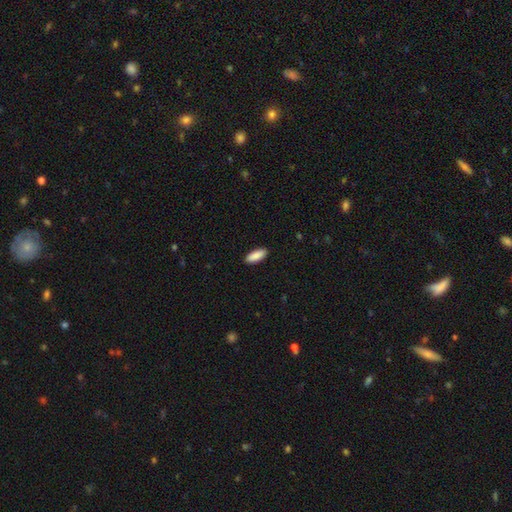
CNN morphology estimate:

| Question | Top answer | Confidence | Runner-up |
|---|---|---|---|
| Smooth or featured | smooth | 89% | star or artifact (6%) |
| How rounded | in between | 76% | cigar-shaped (23%) |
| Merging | none | 90% | minor disturbance (7%) |